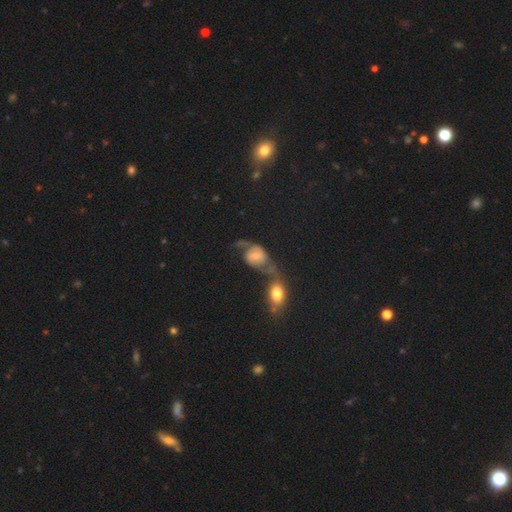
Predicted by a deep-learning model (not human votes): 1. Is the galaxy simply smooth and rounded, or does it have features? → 53% featured or disk, 35% smooth, 12% star or artifact.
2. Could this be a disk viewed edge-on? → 95% no, 5% yes.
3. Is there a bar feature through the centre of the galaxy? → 64% no, 28% weak, 8% strong.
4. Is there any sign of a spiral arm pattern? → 75% yes, 25% no.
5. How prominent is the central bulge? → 44% small, 39% moderate, 9% large, 5% none, 3% dominant.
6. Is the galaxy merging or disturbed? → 48% merger, 24% none, 16% major disturbance, 13% minor disturbance.